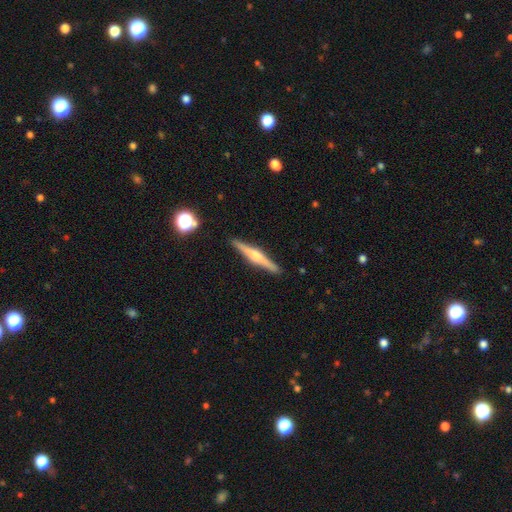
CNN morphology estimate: A featured or disk galaxy (69%) viewed edge-on (98%) with a rounded central bulge (78%).

Vote fractions:
- Smooth or featured? featured or disk: 69% / smooth: 26% / star or artifact: 6%
- Edge-on disk? yes: 98% / no: 2%
- Edge-on bulge? rounded: 78% / boxy: 14% / none: 7%
- Merging? none: 91% / minor disturbance: 6% / major disturbance: 1% / merger: 1%